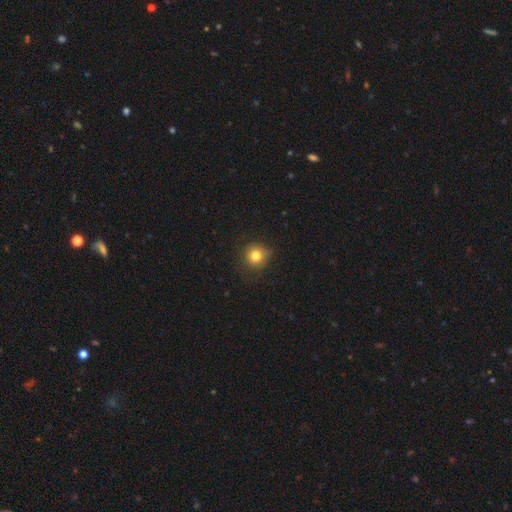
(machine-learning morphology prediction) Overall: smooth (80%). How rounded: round (91%). Merging: none (79%).